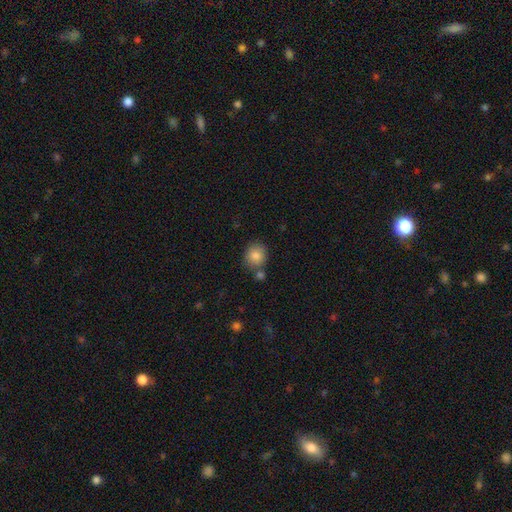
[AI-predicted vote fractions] The model was most divided on "merging": none: 71%, merger: 14%, minor disturbance: 12%, major disturbance: 3%. More confident: smooth or featured — smooth (84%); how rounded — round (79%).